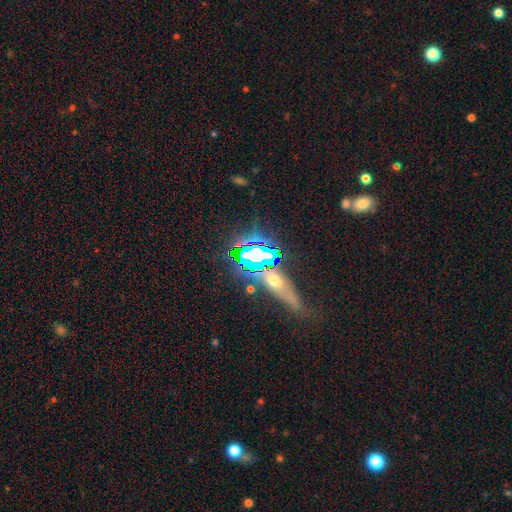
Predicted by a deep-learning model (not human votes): A star or artifact, not a galaxy (60%).